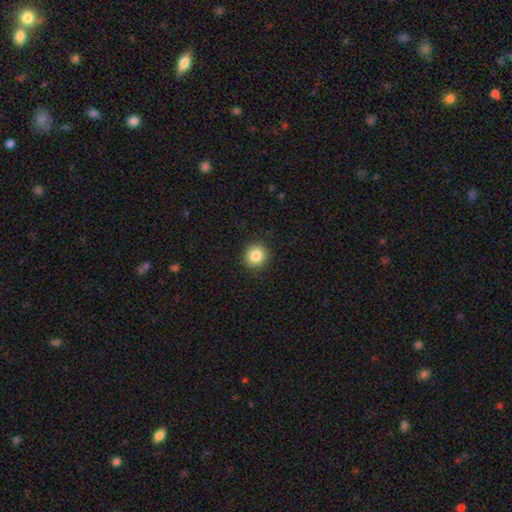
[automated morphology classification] Smooth or featured: smooth — 84% (star or artifact — 10%)
How rounded: round — 90% (in between — 9%)
Merging: none — 91% (minor disturbance — 6%)